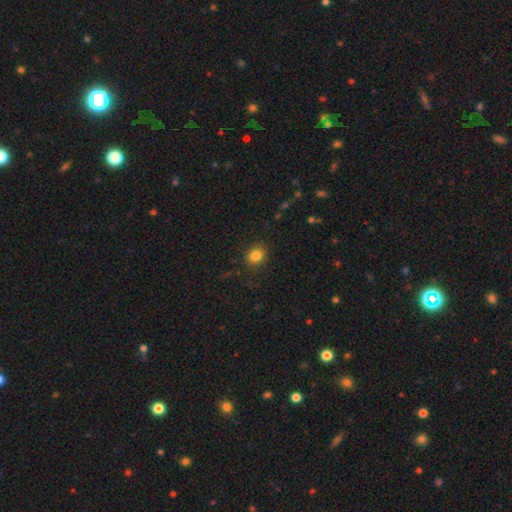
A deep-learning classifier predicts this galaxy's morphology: Q: Smooth or featured?
A: smooth (83%); runner-up: star or artifact (12%)
Q: How rounded?
A: round (71%); runner-up: in between (28%)
Q: Merging?
A: none (87%); runner-up: minor disturbance (9%)